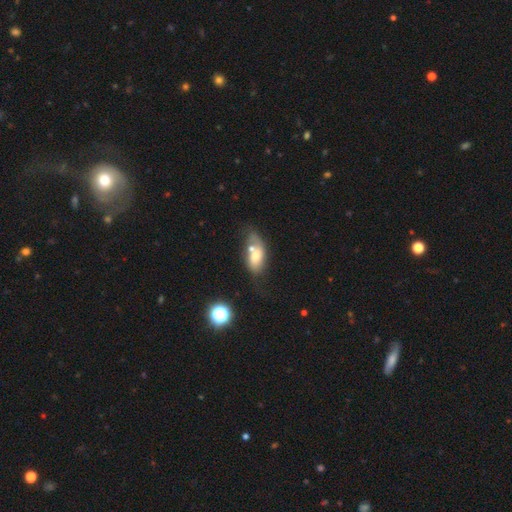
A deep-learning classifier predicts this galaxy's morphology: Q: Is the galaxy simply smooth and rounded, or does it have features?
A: smooth — 57%.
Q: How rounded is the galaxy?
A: in between — 86%.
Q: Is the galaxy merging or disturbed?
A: merger — 39%.